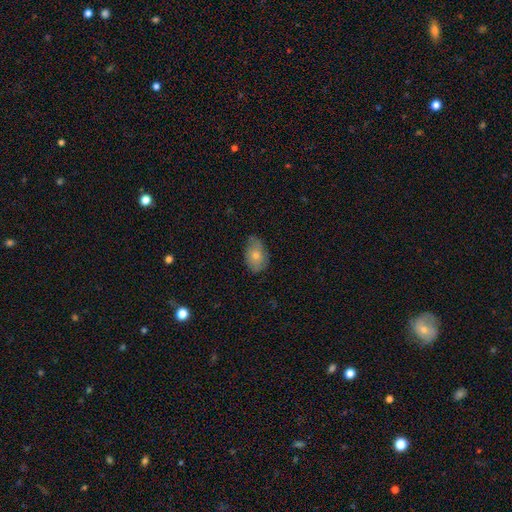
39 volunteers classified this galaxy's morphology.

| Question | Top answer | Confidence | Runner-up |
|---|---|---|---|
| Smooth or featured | smooth | 95% | featured or disk (5%) |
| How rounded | in between | 86% | round (11%) |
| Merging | none | 62% | minor disturbance (33%) |